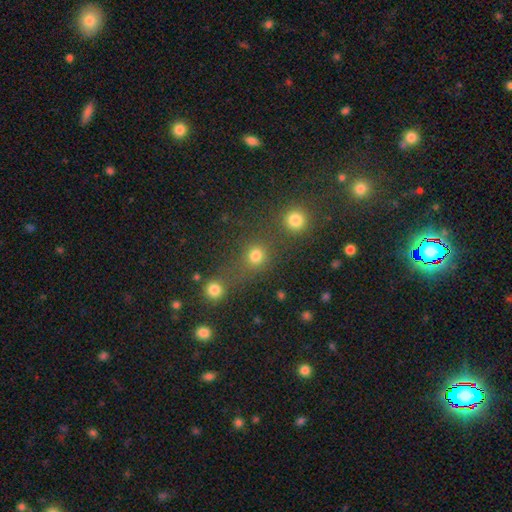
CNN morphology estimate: This appears to be a smooth galaxy with no disk features (78%) that is round (87%). Merging: none (60%).